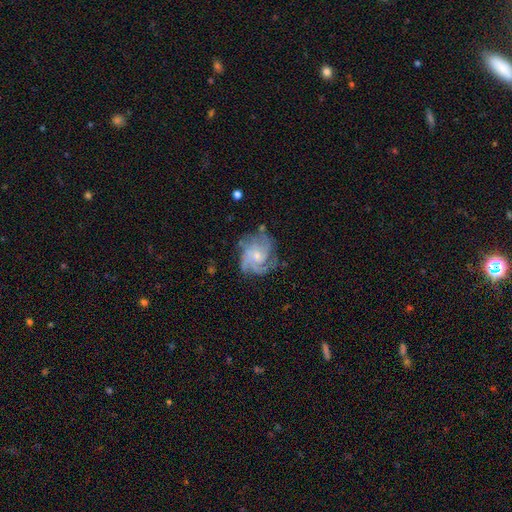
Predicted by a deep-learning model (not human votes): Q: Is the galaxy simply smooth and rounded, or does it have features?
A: featured or disk — 83%.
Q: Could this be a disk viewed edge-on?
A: no — 98%.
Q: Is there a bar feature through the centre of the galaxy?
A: no — 73%.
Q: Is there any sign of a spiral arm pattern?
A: yes — 95%.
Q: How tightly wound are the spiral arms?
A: tight — 52%.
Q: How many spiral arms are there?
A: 3 — 27%.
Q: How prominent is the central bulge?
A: small — 51%.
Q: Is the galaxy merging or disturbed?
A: none — 66%.